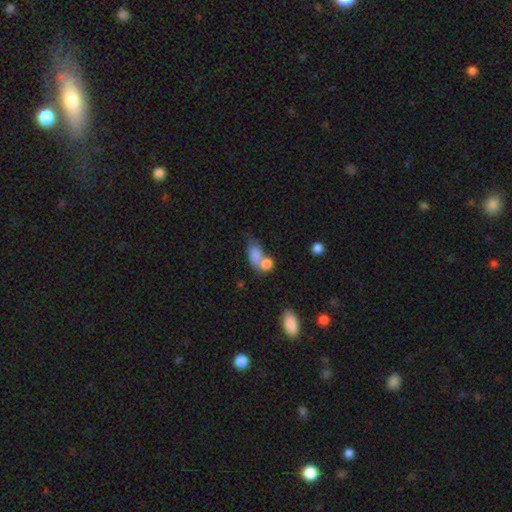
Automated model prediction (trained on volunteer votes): smooth_or_featured: smooth (p=0.79) [alt: featured or disk p=0.13]
how_rounded: in between (p=0.78) [alt: round p=0.19]
merging: merger (p=0.61) [alt: none p=0.21]